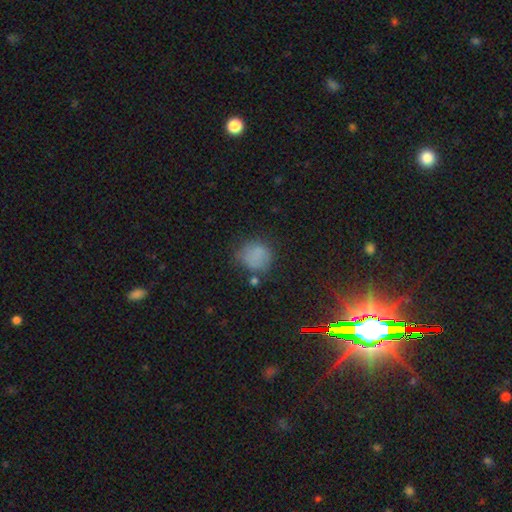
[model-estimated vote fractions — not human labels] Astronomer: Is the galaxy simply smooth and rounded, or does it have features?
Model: smooth — 76%.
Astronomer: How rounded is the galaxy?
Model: round — 83%.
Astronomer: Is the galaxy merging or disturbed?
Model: none — 62%.